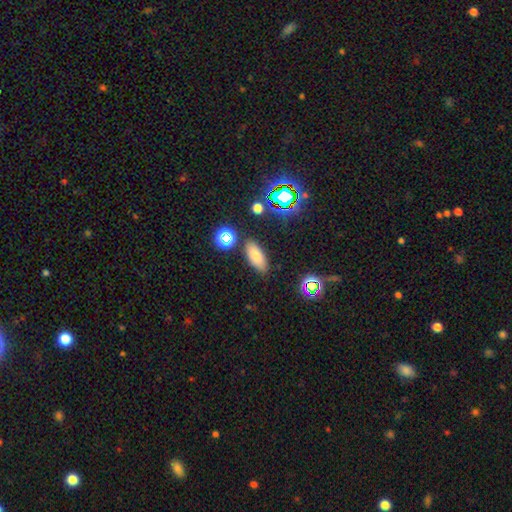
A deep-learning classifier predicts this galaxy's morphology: Smooth or featured? smooth (77%)
How rounded? in between (82%)
Merging? none (84%)